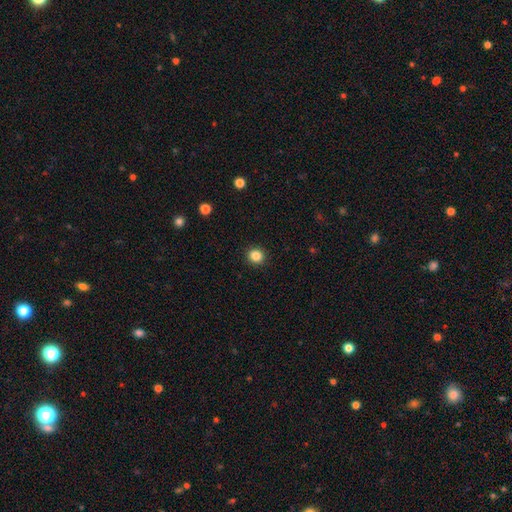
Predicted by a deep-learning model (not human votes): A smooth galaxy with no disk features (85%) that is round (90%).

Vote fractions:
- Smooth or featured? smooth: 85% / star or artifact: 11% / featured or disk: 4%
- How rounded? round: 90% / in between: 9% / cigar-shaped: 1%
- Merging? none: 92% / minor disturbance: 5% / major disturbance: 2% / merger: 1%